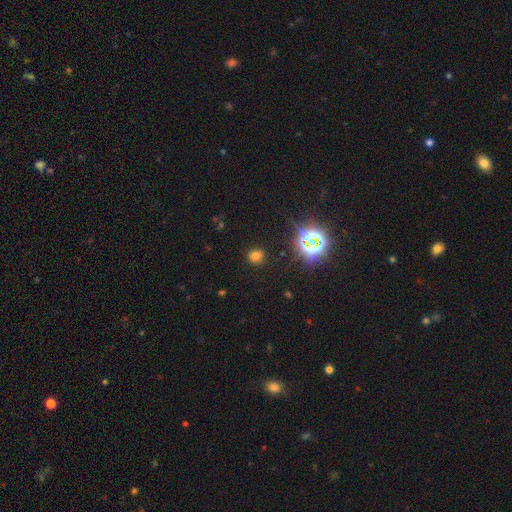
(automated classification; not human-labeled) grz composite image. It shows a smooth galaxy with no disk features (63%) that is round (76%). Merging: none (86%).